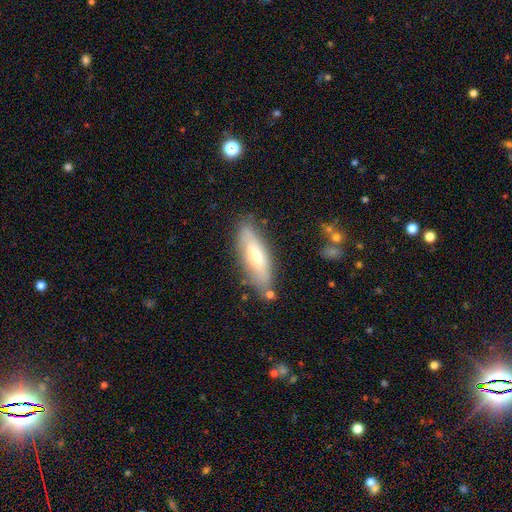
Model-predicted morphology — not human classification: Smooth or featured? Predicted: smooth (p=0.58). How rounded? Predicted: cigar-shaped (p=0.51). Merging? Predicted: none (p=0.78).